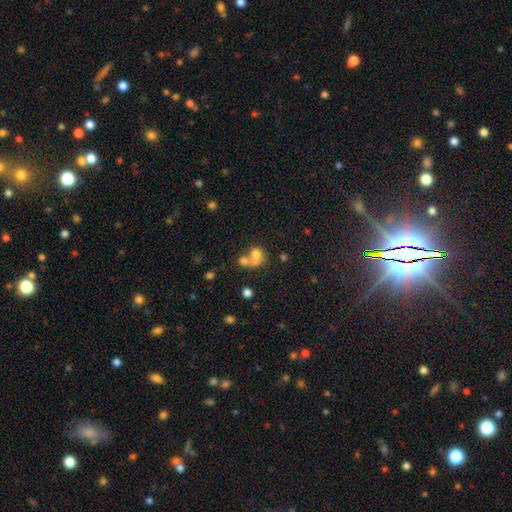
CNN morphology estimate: Overall: smooth (67%). How rounded: round (63%; in between 36%). Merging: merger (59%; none 24%).